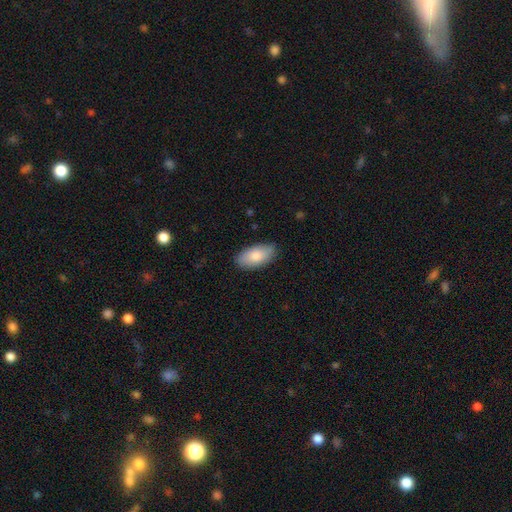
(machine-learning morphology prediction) This is clearly a smooth galaxy (82%). How rounded: clearly in between (94%). Merging: clearly none (85%).